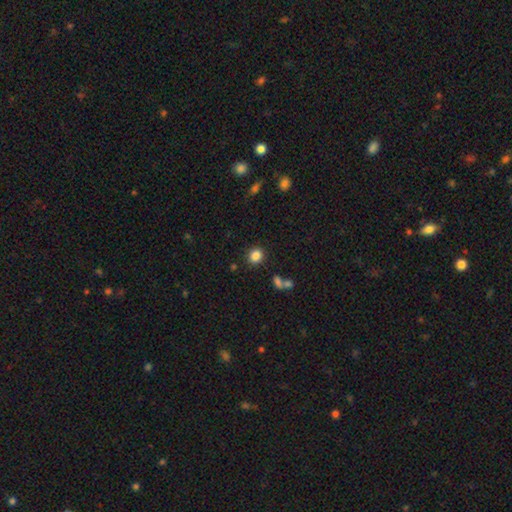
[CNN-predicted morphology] type=smooth (85%); roundness=round (72%); merging=none (85%).